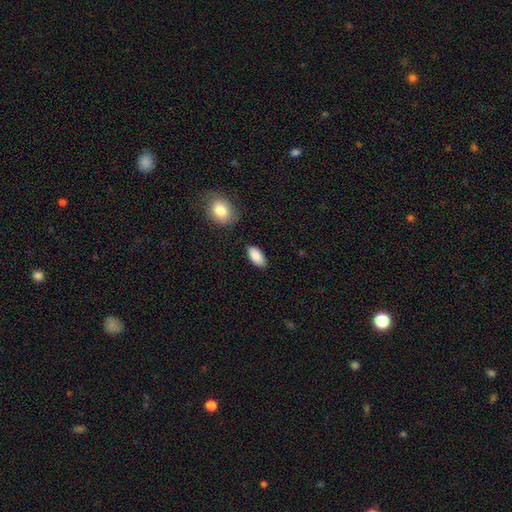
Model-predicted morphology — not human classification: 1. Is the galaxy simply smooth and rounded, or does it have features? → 89% smooth, 6% star or artifact, 5% featured or disk.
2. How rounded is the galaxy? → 93% in between, 5% cigar-shaped, 2% round.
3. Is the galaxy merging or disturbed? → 84% none, 11% minor disturbance, 2% major disturbance, 2% merger.